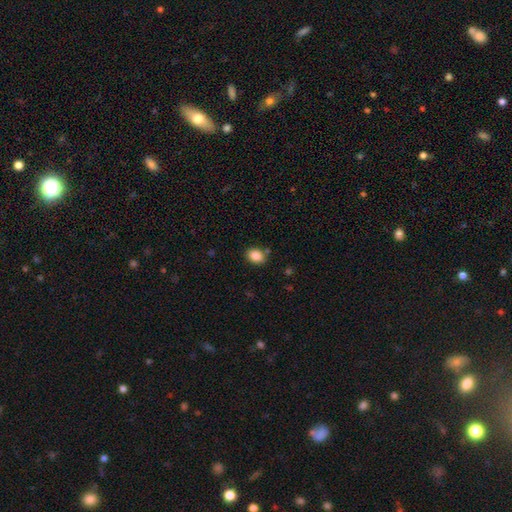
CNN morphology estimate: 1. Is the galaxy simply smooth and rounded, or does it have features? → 86% smooth, 9% star or artifact, 5% featured or disk.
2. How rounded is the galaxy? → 60% in between, 39% round, 1% cigar-shaped.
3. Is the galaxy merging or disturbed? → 82% none, 11% minor disturbance, 4% merger, 3% major disturbance.